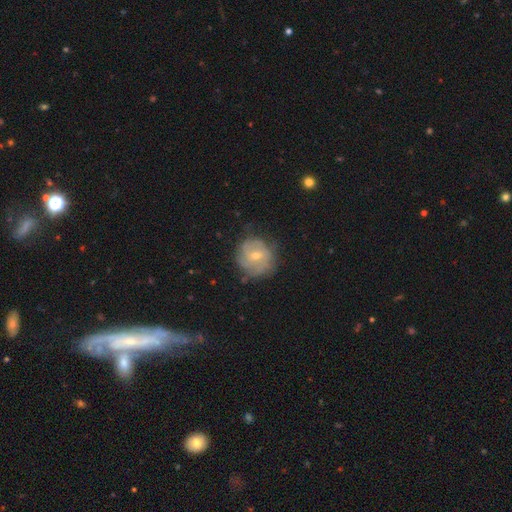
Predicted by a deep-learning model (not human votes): The model was most divided on "bulge size": small: 51%, moderate: 46%, large: 1%, none: 1%, dominant: 1%. More confident: edge-on disk — no (97%); spiral arms — yes (79%); merging — none (71%); smooth or featured — featured or disk (63%); bar — no (58%).